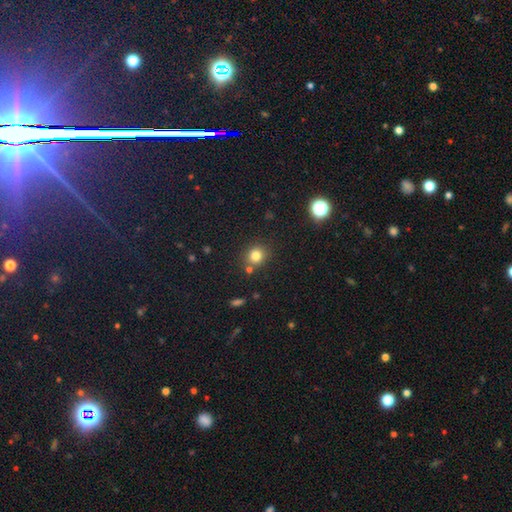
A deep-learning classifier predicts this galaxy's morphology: smooth-or-featured: smooth: 79% | star or artifact: 14% | featured or disk: 6%
  how-rounded: round: 84% | in between: 15% | cigar-shaped: 1%
  merging: none: 78% | merger: 9% | minor disturbance: 9% | major disturbance: 3%